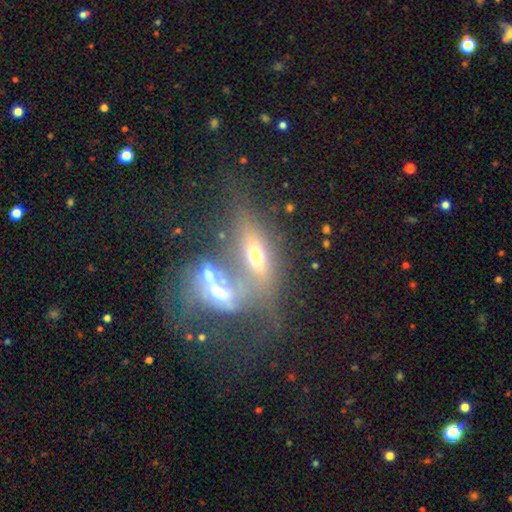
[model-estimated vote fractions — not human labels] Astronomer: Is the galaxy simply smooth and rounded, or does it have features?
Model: smooth — 44% (runner-up: featured or disk, 42%).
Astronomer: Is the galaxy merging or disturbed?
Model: merger — 66%.